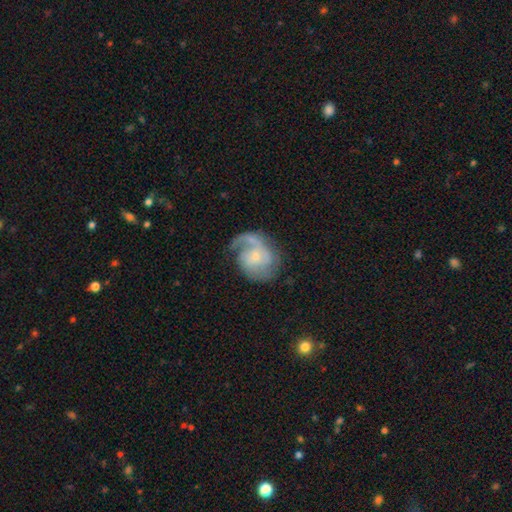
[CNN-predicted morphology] A featured or disk galaxy (79%) with no bar (61%), 2 (44%) medium (45%) spiral arms (92%) and a small central bulge (69%). Merging: none (53%).